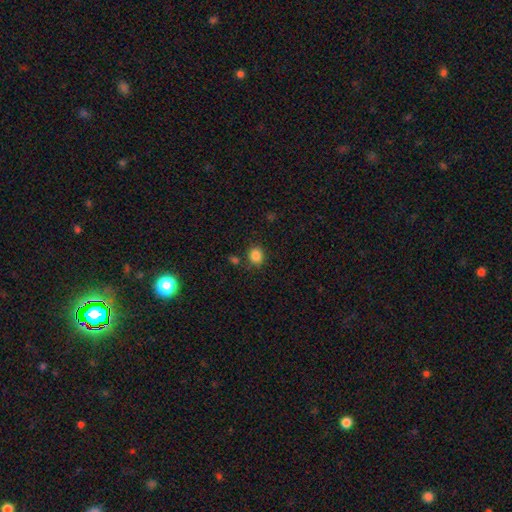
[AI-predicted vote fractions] Morphology: type=smooth (85%); roundness=round (73%); merging=none (82%).